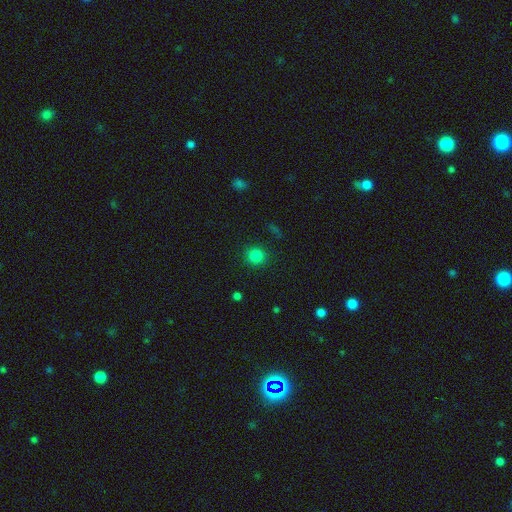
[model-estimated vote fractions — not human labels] smooth-or-featured: smooth: 83% | star or artifact: 13% | featured or disk: 4%
  how-rounded: round: 91% | in between: 8% | cigar-shaped: 1%
  merging: none: 89% | minor disturbance: 7% | major disturbance: 3% | merger: 1%